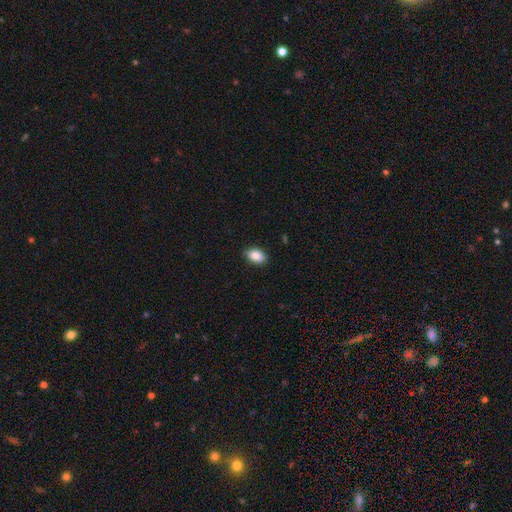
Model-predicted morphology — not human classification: type=smooth (87%); roundness=in between (87%); merging=none (88%).